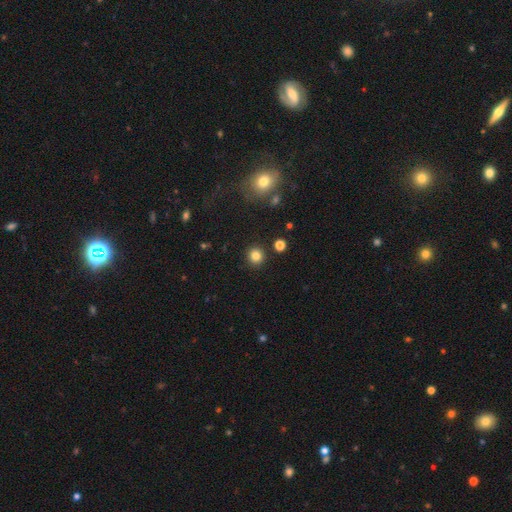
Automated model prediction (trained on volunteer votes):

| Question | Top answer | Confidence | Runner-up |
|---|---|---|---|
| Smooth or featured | smooth | 83% | star or artifact (12%) |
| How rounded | round | 92% | in between (7%) |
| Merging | none | 90% | minor disturbance (5%) |